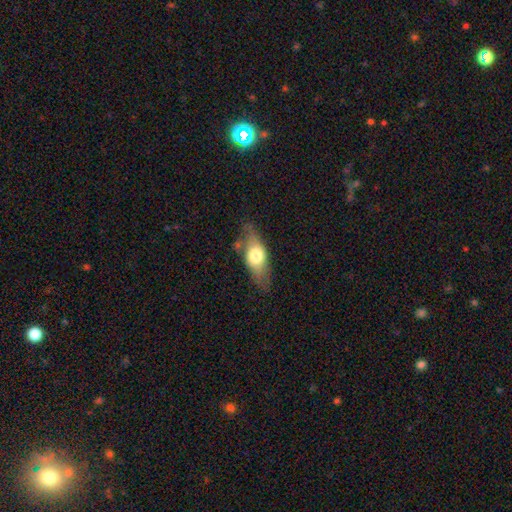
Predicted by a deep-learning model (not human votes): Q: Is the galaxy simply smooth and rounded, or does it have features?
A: smooth — 55%.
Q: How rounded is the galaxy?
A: in between — 72%.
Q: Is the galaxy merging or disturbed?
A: none — 68%.